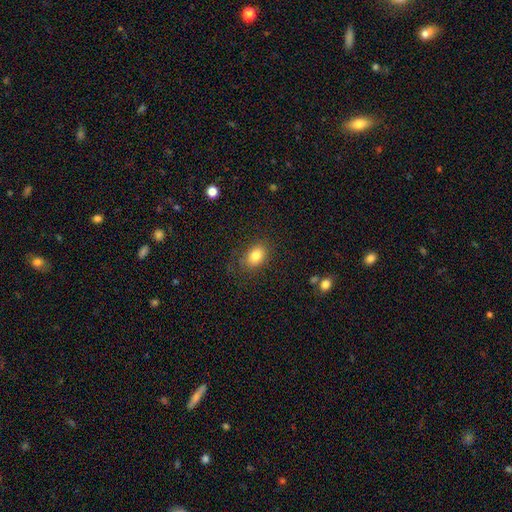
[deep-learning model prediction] Morphology: type=smooth (82%); roundness=in between (74%); merging=none (77%).